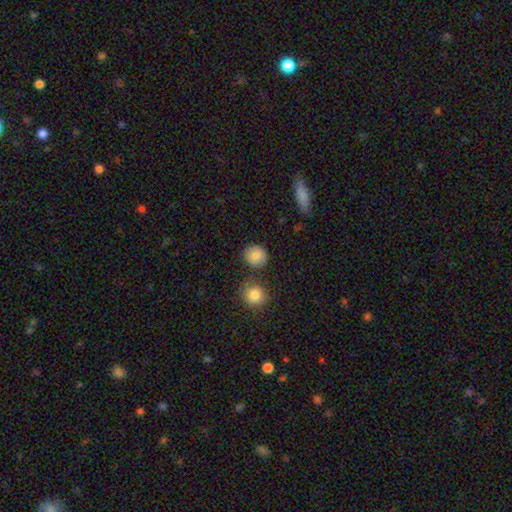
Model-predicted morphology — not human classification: Smooth or featured: smooth — 84% (star or artifact — 9%)
How rounded: round — 87% (in between — 12%)
Merging: none — 82% (minor disturbance — 9%)